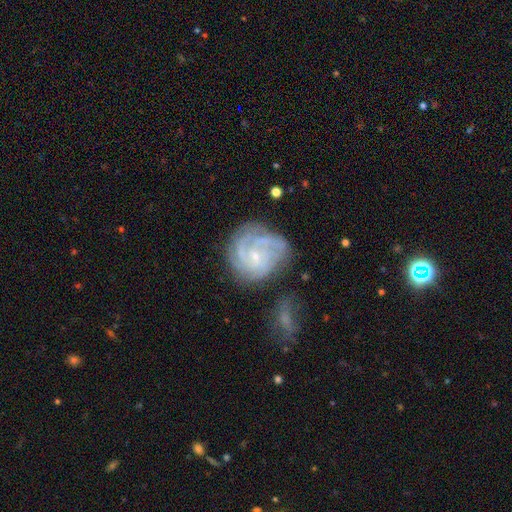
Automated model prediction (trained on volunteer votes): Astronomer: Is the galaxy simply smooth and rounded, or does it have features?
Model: featured or disk — 84%.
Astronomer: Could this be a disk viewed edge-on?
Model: no — 98%.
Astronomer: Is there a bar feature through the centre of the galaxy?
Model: no — 65%.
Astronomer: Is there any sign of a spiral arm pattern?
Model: yes — 96%.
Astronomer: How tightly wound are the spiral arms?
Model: tight — 68%.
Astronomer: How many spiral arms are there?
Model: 4 — 29% (runner-up: 3, 25%).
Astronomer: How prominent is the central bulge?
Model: small — 81%.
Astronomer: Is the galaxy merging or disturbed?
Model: none — 62%.